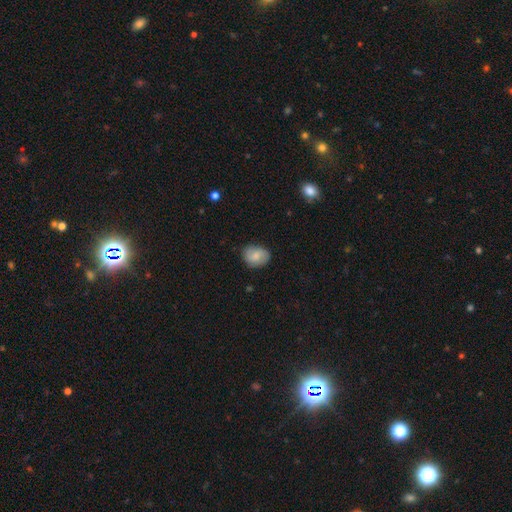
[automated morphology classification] smooth 76%, featured or disk 17%, star or artifact 7%. Down the decision tree: how rounded — in between (61%); merging — none (79%).